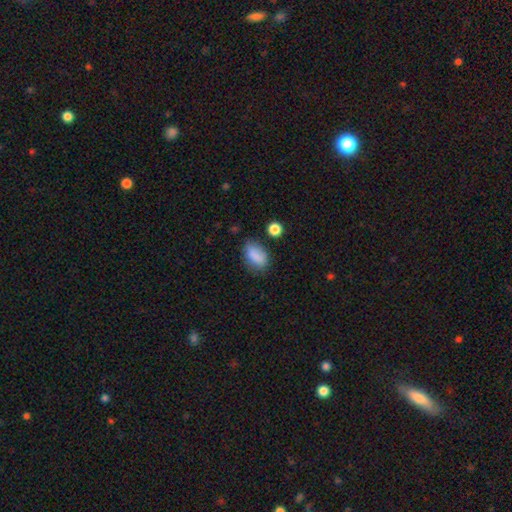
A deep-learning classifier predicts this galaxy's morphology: Smooth or featured: smooth — 85% (star or artifact — 9%)
How rounded: in between — 87% (round — 9%)
Merging: none — 67% (minor disturbance — 23%)